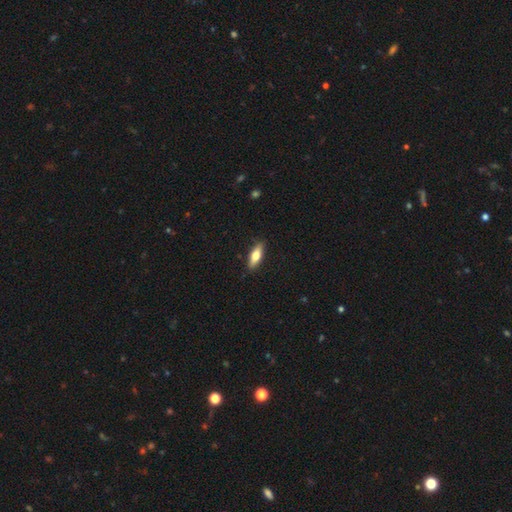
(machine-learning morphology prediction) smooth-or-featured: smooth: 63% | featured or disk: 32% | star or artifact: 6%
  how-rounded: in between: 53% | cigar-shaped: 44% | round: 3%
  merging: none: 88% | minor disturbance: 9% | major disturbance: 2% | merger: 1%